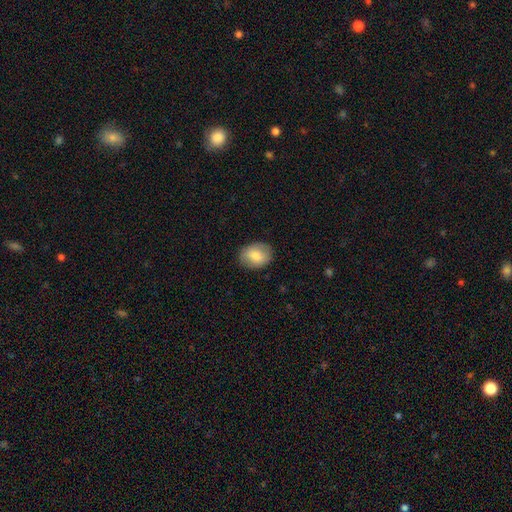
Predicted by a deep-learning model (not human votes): Smooth or featured? smooth (78%)
How rounded? in between (68%)
Merging? none (85%)